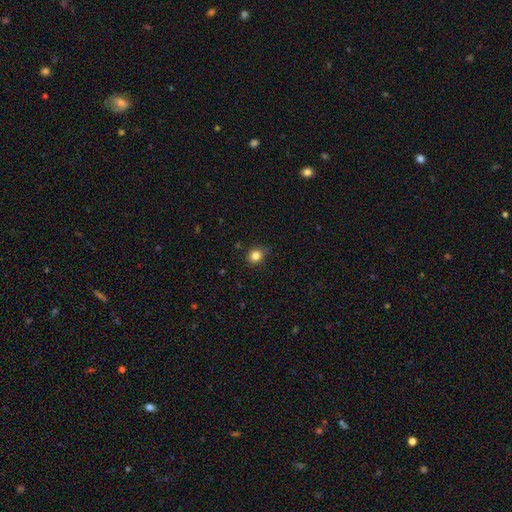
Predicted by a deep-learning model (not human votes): This is clearly a smooth galaxy (82%). How rounded: likely round (78%). Merging: clearly none (81%).